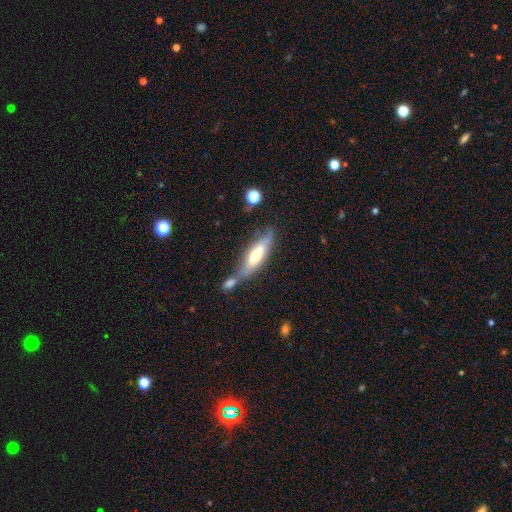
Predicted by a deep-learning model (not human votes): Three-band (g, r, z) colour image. It shows a smooth galaxy with no disk features (48%). Merging: none (41%).